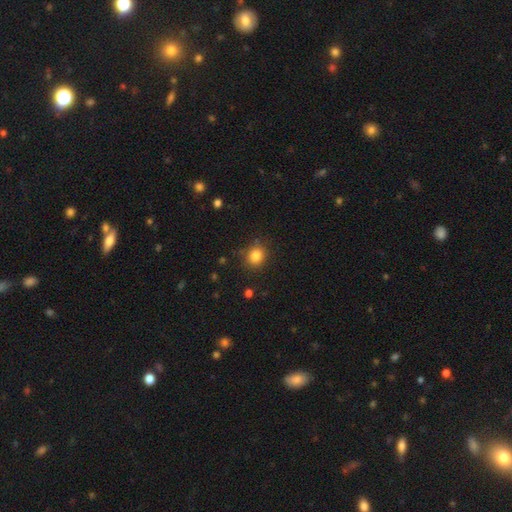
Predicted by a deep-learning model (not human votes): Q: Smooth or featured?
A: smooth (84%); runner-up: star or artifact (11%)
Q: How rounded?
A: round (78%); runner-up: in between (21%)
Q: Merging?
A: none (83%); runner-up: minor disturbance (12%)